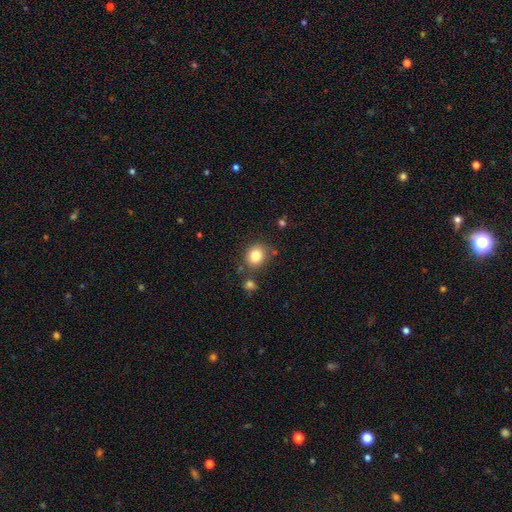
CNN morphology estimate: Smooth or featured? Predicted: smooth (p=0.82). How rounded? Predicted: round (p=0.69). Merging? Predicted: none (p=0.75).